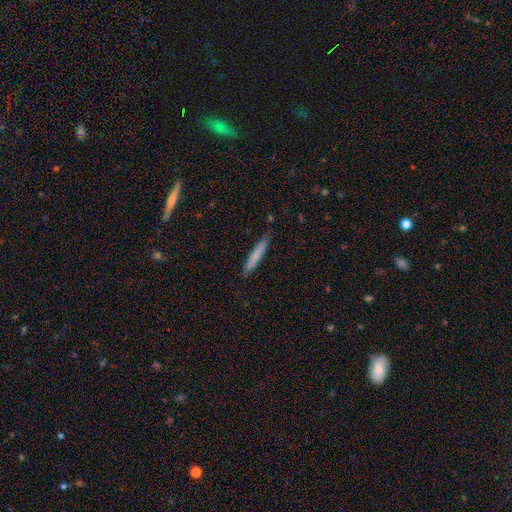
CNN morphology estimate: Smooth or featured? Predicted: smooth (p=0.76). How rounded? Predicted: cigar-shaped (p=0.95). Merging? Predicted: none (p=0.88).